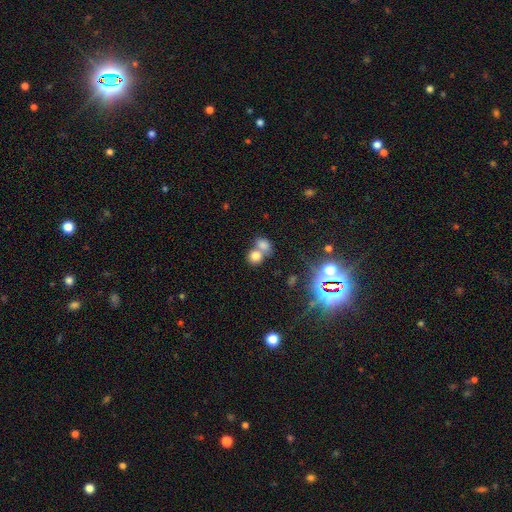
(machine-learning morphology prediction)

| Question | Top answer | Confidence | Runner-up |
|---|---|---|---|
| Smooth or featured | smooth | 75% | star or artifact (15%) |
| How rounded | round | 67% | in between (32%) |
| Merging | merger | 55% | none (34%) |